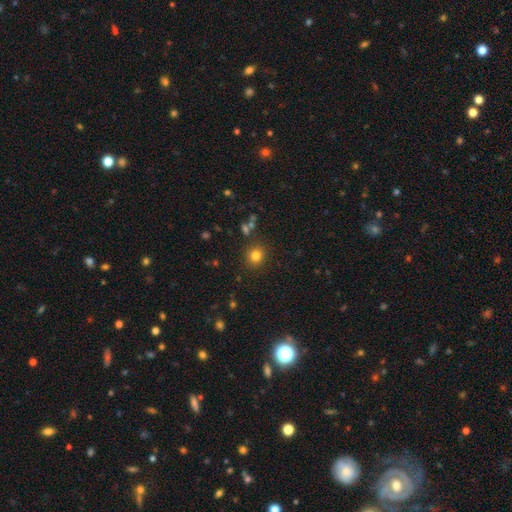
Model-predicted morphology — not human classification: A smooth galaxy with no disk features (79%) that is round (82%).

Vote fractions:
- Smooth or featured? smooth: 79% / star or artifact: 14% / featured or disk: 6%
- How rounded? round: 82% / in between: 17% / cigar-shaped: 1%
- Merging? none: 86% / minor disturbance: 8% / merger: 3% / major disturbance: 3%